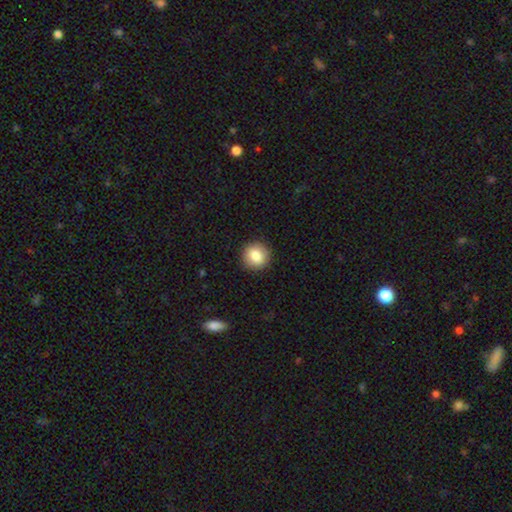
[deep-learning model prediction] smooth_or_featured: smooth (p=0.84) [alt: star or artifact p=0.08]
how_rounded: round (p=0.89) [alt: in between p=0.10]
merging: none (p=0.91) [alt: minor disturbance p=0.06]